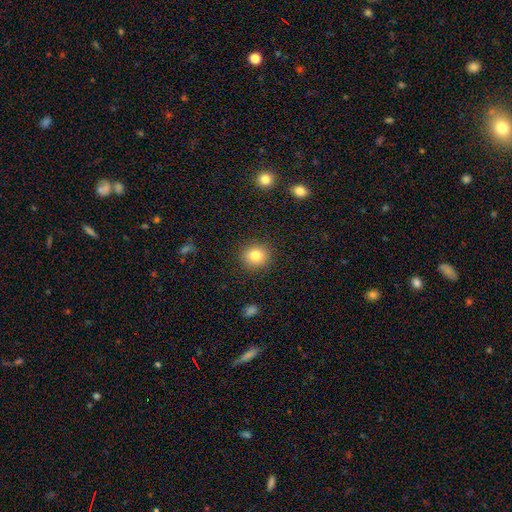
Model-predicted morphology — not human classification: smooth 82%, star or artifact 11%, featured or disk 8%. Down the decision tree: how rounded — round (83%); merging — none (89%).